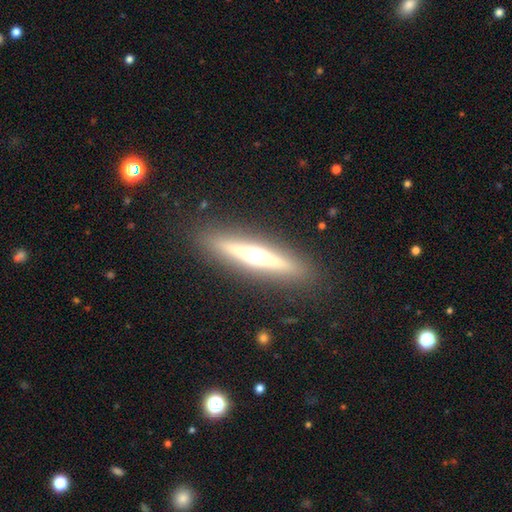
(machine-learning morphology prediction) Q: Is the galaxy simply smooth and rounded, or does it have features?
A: featured or disk — 63%.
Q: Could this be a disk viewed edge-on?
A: yes — 94%.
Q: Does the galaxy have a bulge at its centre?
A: rounded — 91%.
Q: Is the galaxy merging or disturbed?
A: none — 89%.